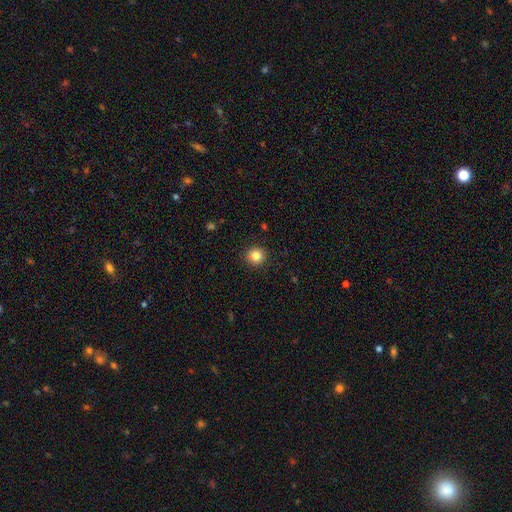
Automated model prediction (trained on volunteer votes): Overall: smooth (84%). How rounded: round (92%). Merging: none (92%).